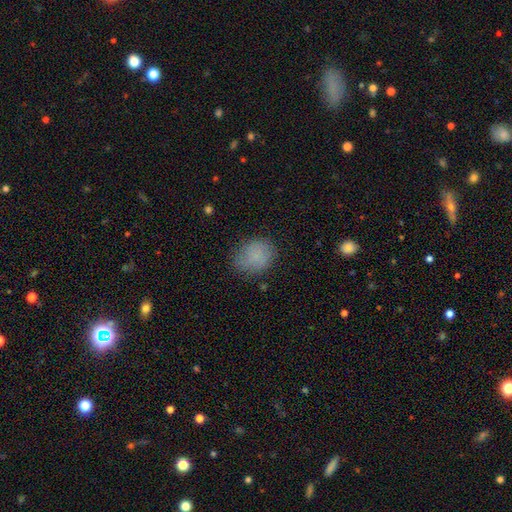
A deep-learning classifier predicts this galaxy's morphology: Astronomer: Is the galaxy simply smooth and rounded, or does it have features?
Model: smooth — 81%.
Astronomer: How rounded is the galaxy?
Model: round — 51% (runner-up: in between, 48%).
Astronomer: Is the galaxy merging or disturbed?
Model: none — 74%.